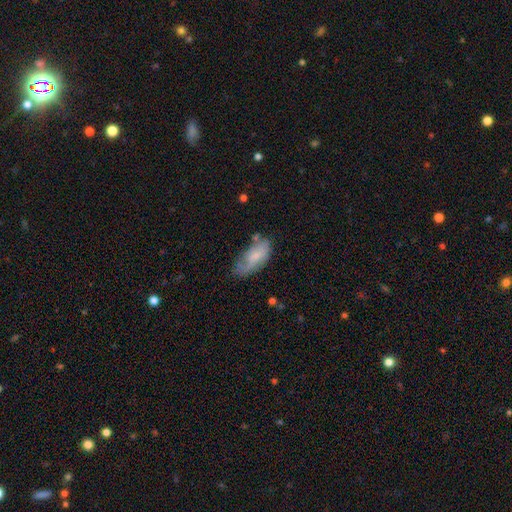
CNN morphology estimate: Overall: smooth (60%; featured or disk 33%). How rounded: in between (86%). Merging: none (48%; minor disturbance 33%).